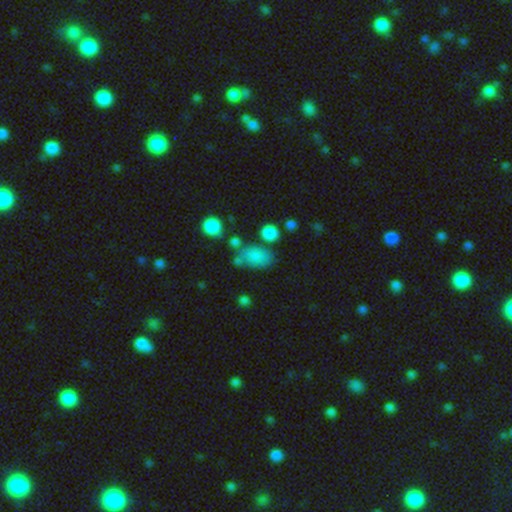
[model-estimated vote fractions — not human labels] Q: Smooth or featured?
A: smooth (80%); runner-up: star or artifact (11%)
Q: How rounded?
A: in between (86%); runner-up: round (12%)
Q: Merging?
A: none (55%); runner-up: minor disturbance (21%)